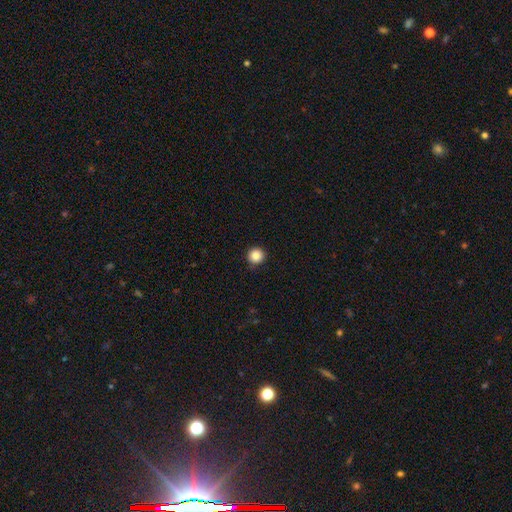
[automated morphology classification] smooth-or-featured: smooth: 86% | star or artifact: 10% | featured or disk: 4%
  how-rounded: round: 95% | in between: 4% | cigar-shaped: 1%
  merging: none: 91% | minor disturbance: 6% | major disturbance: 2% | merger: 1%